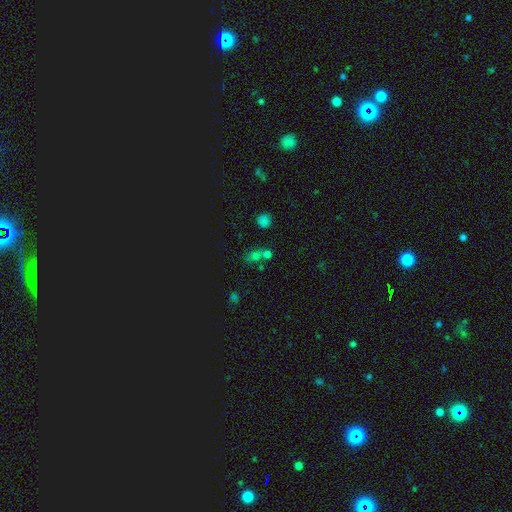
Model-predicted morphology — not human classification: A smooth galaxy with no disk features (56%) that is round (64%).

Vote fractions:
- Smooth or featured? smooth: 56% / star or artifact: 32% / featured or disk: 12%
- How rounded? round: 64% / in between: 33% / cigar-shaped: 3%
- Merging? none: 43% / merger: 40% / minor disturbance: 10% / major disturbance: 6%